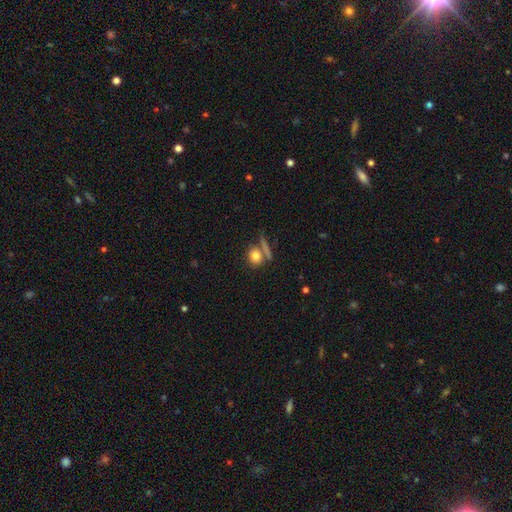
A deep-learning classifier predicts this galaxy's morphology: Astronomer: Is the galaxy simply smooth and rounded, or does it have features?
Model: smooth — 80%.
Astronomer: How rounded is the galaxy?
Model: round — 70%.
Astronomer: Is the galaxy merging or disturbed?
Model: none — 64%.